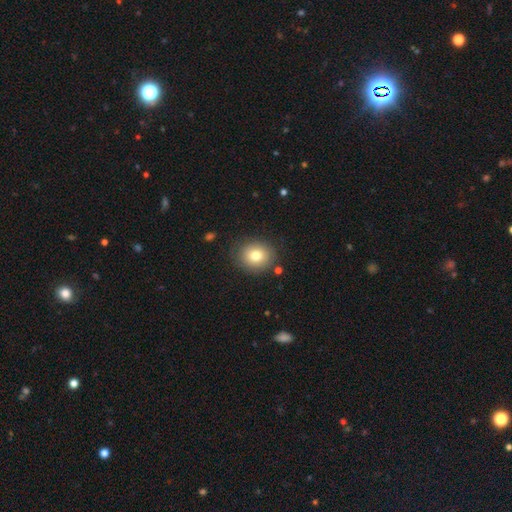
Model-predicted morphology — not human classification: smooth 77%, featured or disk 13%, star or artifact 10%. Down the decision tree: how rounded — round (78%); merging — none (84%).